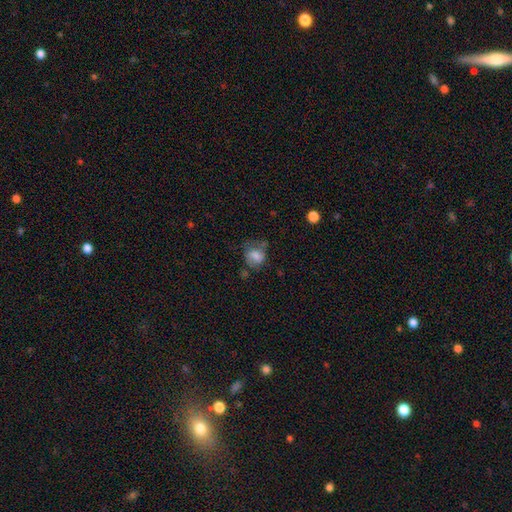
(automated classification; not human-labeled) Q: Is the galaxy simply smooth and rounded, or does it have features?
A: smooth — 68%.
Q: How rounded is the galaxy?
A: round — 58%.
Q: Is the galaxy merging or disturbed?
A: none — 46%.